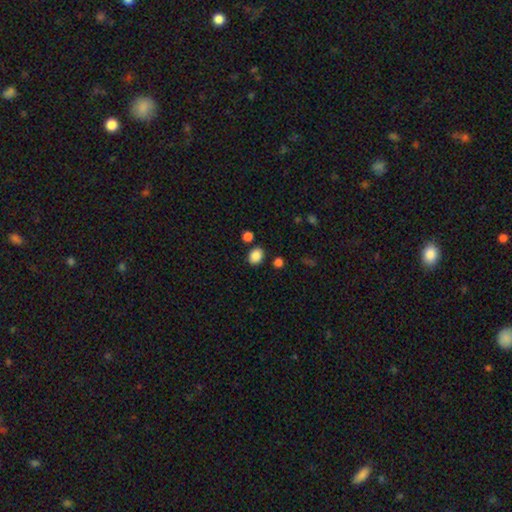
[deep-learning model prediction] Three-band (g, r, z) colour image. It shows a smooth galaxy with no disk features (86%) that is in between round and cigar-shaped (57%). Merging: none (83%).